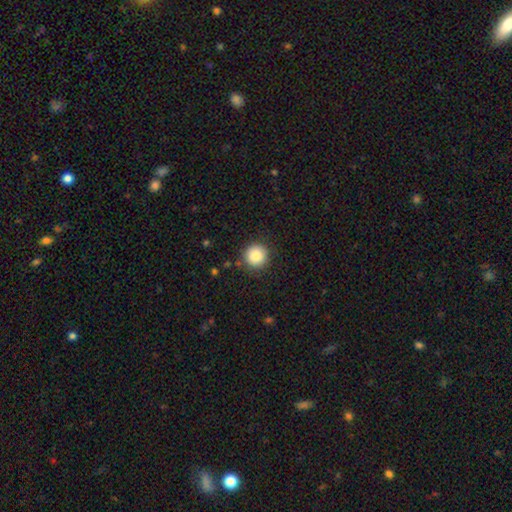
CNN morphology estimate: smooth-or-featured: smooth: 87% | star or artifact: 9% | featured or disk: 4%
  how-rounded: round: 95% | in between: 4% | cigar-shaped: 1%
  merging: none: 90% | minor disturbance: 7% | major disturbance: 2% | merger: 1%